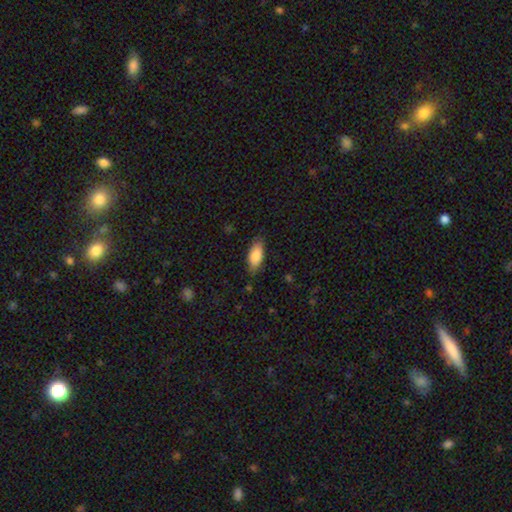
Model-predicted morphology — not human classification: This is clearly a smooth galaxy (84%). How rounded: clearly in between (85%). Merging: likely none (79%).